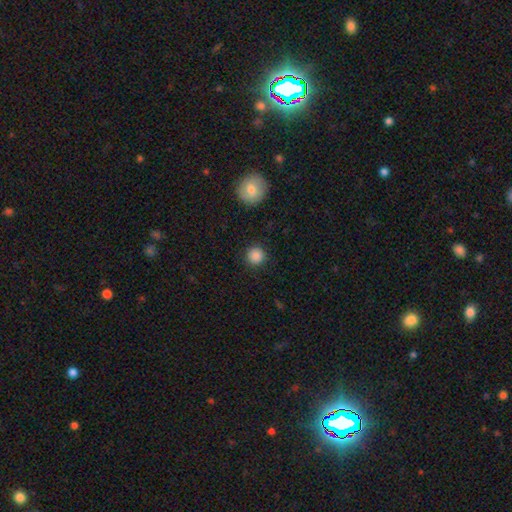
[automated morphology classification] This is clearly a smooth galaxy (87%). How rounded: clearly round (95%). Merging: clearly none (91%).